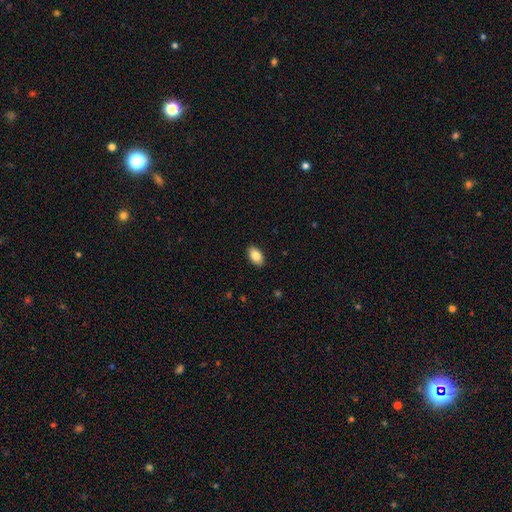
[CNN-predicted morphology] Overall: smooth (85%). How rounded: in between (92%). Merging: none (89%).